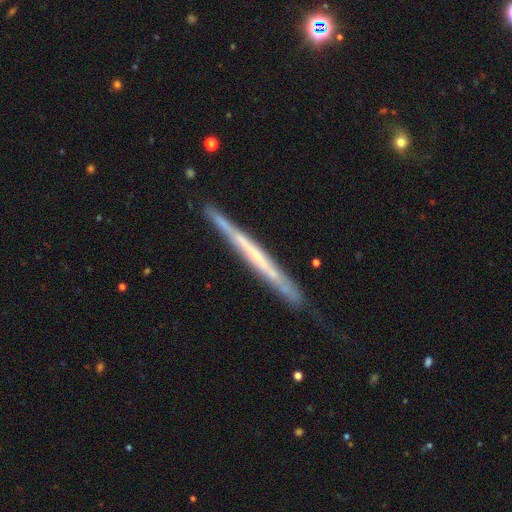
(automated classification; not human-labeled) A featured or disk galaxy (70%) viewed edge-on (95%) with no central bulge (78%). Merging: none (81%).